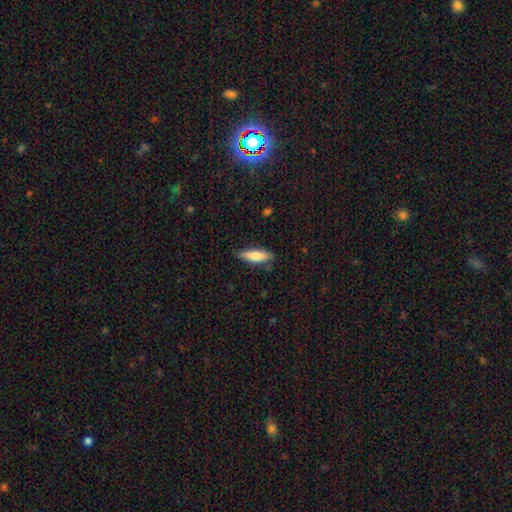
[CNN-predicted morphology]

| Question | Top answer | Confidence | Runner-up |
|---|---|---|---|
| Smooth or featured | smooth | 78% | featured or disk (16%) |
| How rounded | cigar-shaped | 58% | in between (41%) |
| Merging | none | 82% | minor disturbance (14%) |